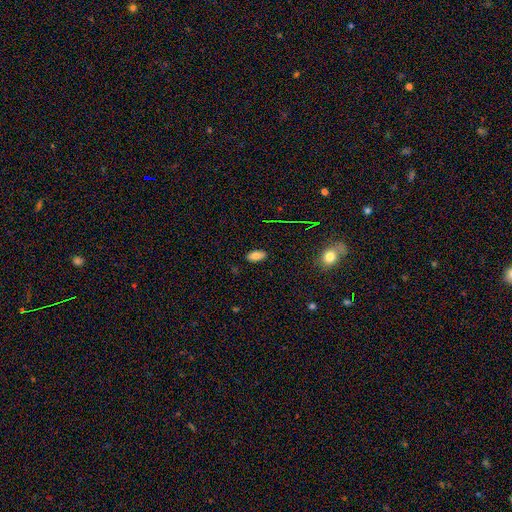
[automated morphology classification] type=smooth (79%); roundness=in between (92%); merging=none (87%).